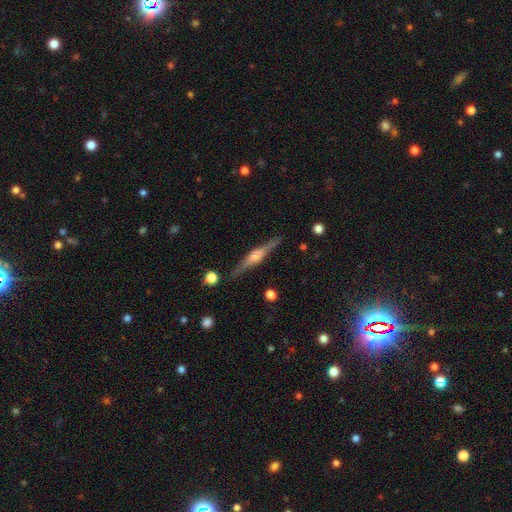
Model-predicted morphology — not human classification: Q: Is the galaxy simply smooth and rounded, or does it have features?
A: featured or disk — 77%.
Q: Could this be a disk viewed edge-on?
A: yes — 98%.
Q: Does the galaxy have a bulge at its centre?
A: rounded — 77%.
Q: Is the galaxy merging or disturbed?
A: none — 89%.